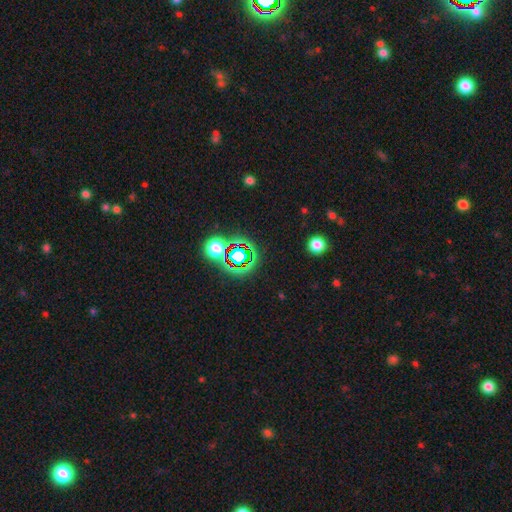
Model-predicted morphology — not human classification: Smooth or featured?
  - star or artifact: 70% *
  - smooth: 19%
  - featured or disk: 11%